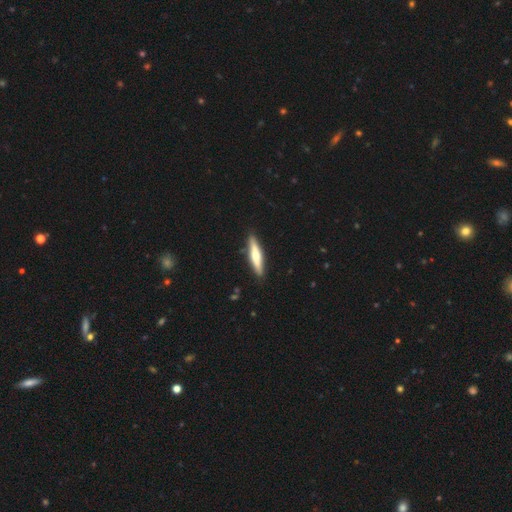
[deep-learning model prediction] Smooth or featured: featured or disk — 49% (smooth — 46%)
Merging: none — 89% (minor disturbance — 8%)